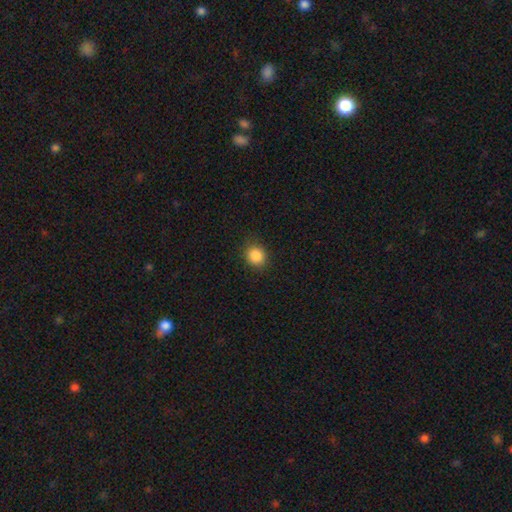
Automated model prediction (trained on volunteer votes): A smooth galaxy with no disk features (86%) that is round (80%). Merging: none (87%).